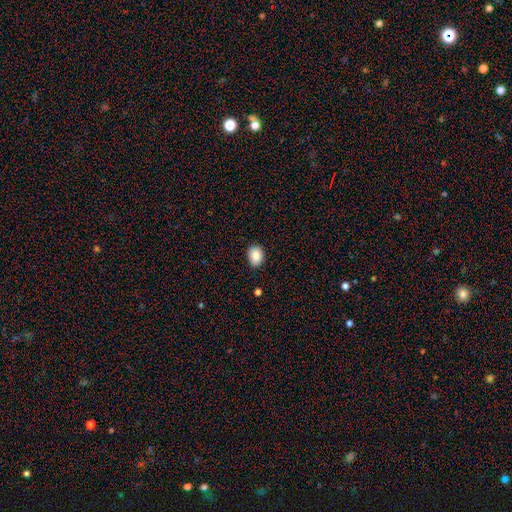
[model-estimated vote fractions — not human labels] This appears to be a smooth galaxy with no disk features (88%) that is in between round and cigar-shaped (65%). Merging: none (87%).